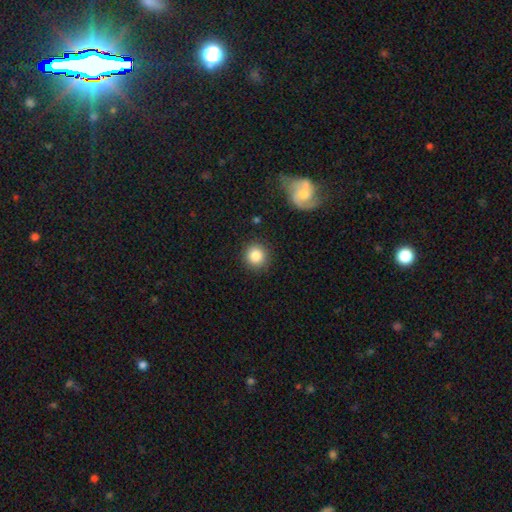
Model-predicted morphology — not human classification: A smooth galaxy with no disk features (84%) that is round (91%). Merging: none (89%).